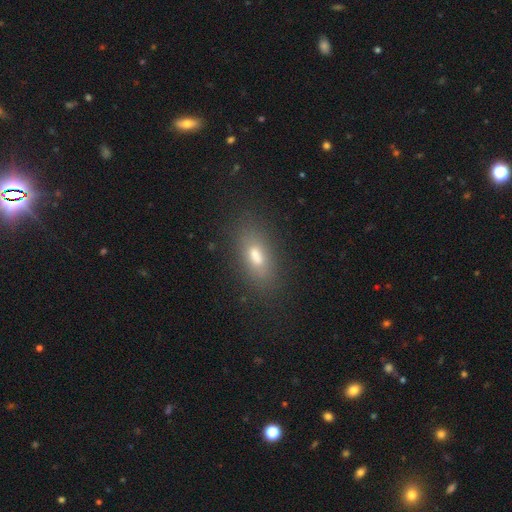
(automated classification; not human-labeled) Smooth or featured? smooth (70%)
How rounded? in between (78%)
Merging? none (76%)